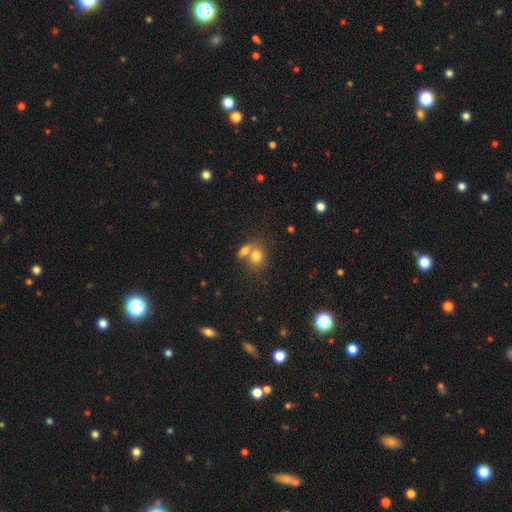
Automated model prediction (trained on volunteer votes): A smooth galaxy with no disk features (76%) that is round (50%). Merging: merger (54%).